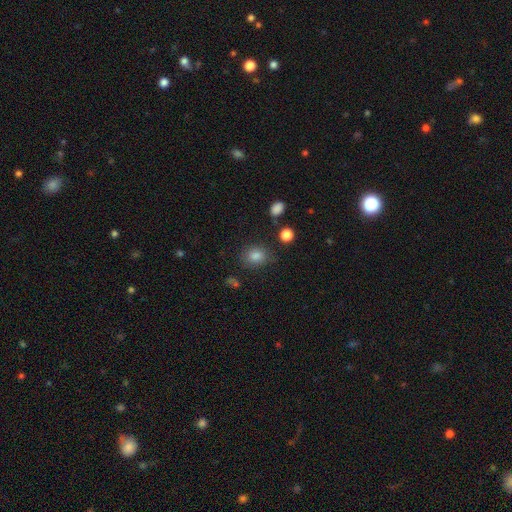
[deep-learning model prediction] Overall: smooth (82%). How rounded: round (58%; in between 41%). Merging: none (80%).